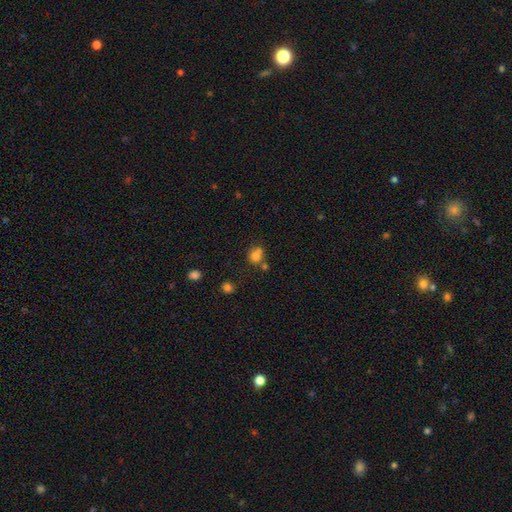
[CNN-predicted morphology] smooth 76%, star or artifact 14%, featured or disk 10%. Down the decision tree: how rounded — round (81%); merging — none (54%).